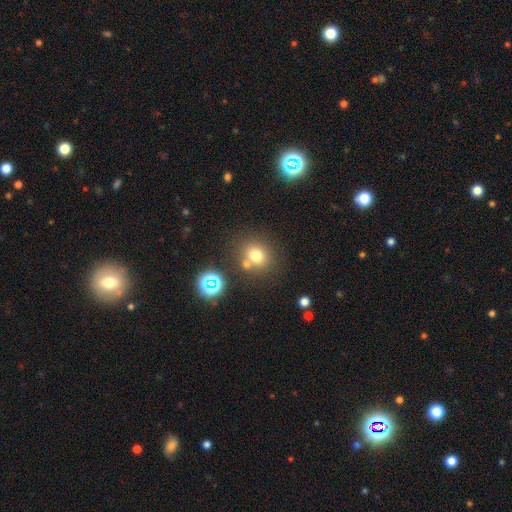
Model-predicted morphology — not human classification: Smooth or featured? Predicted: smooth (p=0.73). How rounded? Predicted: round (p=0.79). Merging? Predicted: none (p=0.66).